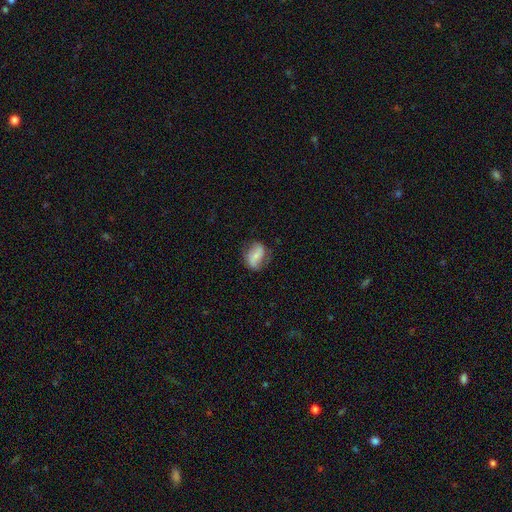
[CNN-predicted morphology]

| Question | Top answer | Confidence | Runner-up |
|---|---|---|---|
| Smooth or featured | smooth | 53% | featured or disk (39%) |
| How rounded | in between | 76% | round (20%) |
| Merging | none | 63% | minor disturbance (25%) |